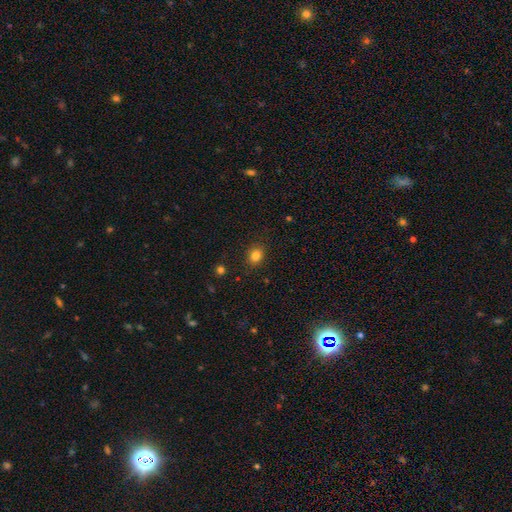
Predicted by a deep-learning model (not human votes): Morphology: type=smooth (83%); roundness=round (62%); merging=none (88%).